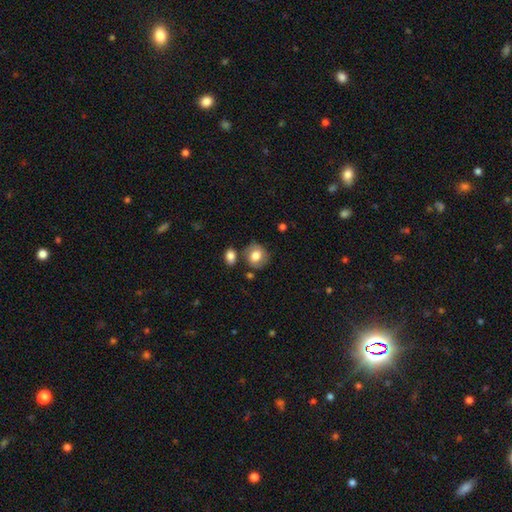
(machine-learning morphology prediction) Smooth or featured? smooth (71%)
How rounded? round (68%)
Merging? none (67%)